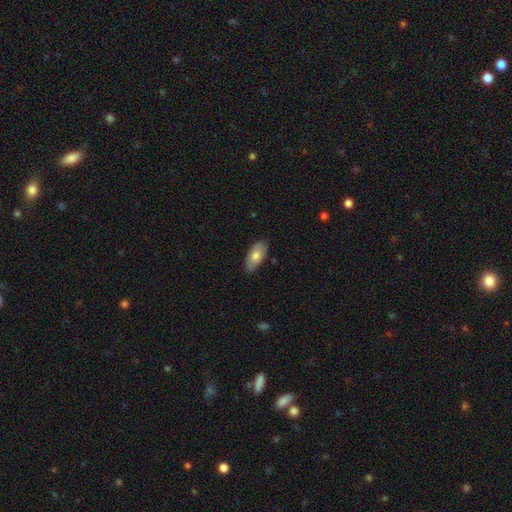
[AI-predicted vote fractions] Morphology: type=smooth (73%); roundness=in between (90%); merging=none (82%).